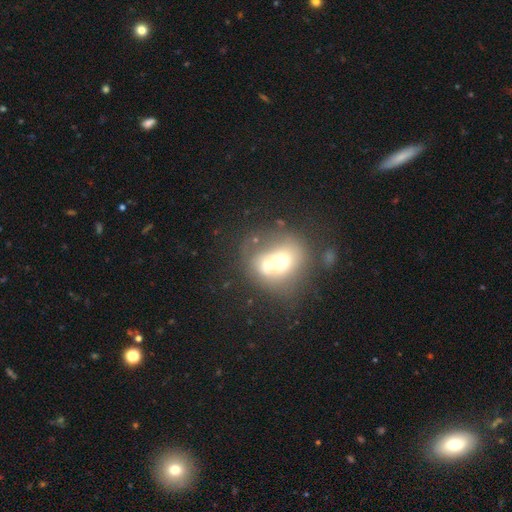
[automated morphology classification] The model was most divided on "merging": merger: 41%, none: 37%, minor disturbance: 12%, major disturbance: 10%. Remaining: smooth or featured — smooth (43%).